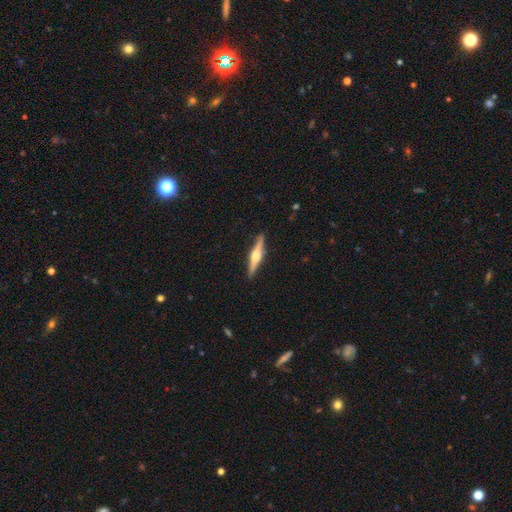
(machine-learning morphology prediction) A featured or disk galaxy (74%) viewed edge-on (98%) with a rounded central bulge (91%). Merging: none (91%).